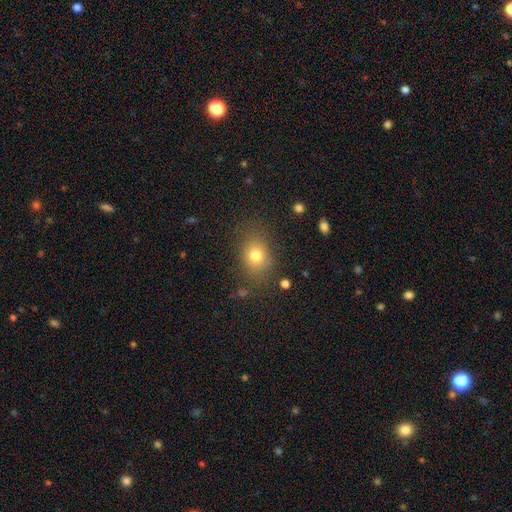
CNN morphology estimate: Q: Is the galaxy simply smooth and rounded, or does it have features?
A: smooth — 75%.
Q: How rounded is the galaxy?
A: in between — 57%.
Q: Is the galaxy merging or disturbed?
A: none — 79%.